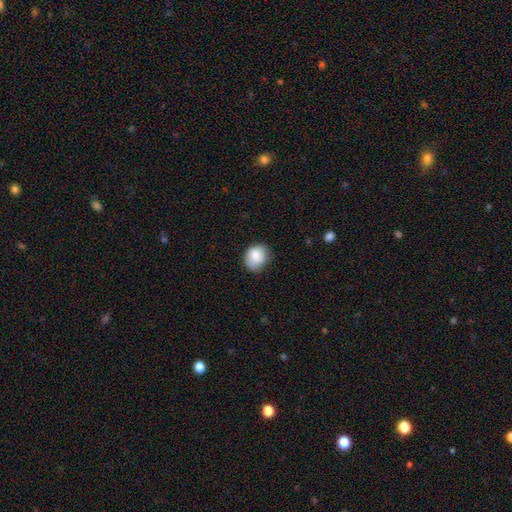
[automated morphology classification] Smooth or featured: smooth — 83% (featured or disk — 9%)
How rounded: round — 61% (in between — 38%)
Merging: none — 69% (minor disturbance — 25%)